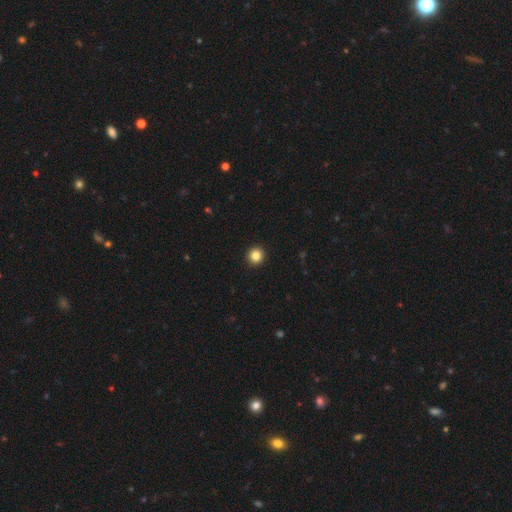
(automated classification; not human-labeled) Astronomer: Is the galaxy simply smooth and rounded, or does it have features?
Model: smooth — 84%.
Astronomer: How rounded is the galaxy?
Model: round — 94%.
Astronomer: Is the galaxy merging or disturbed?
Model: none — 94%.